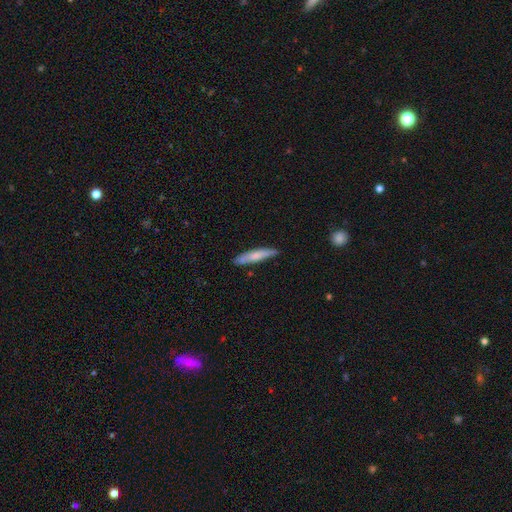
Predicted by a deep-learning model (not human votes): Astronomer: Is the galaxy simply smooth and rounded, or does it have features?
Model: smooth — 67%.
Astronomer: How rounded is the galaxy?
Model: cigar-shaped — 90%.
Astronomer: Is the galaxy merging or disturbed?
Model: none — 81%.